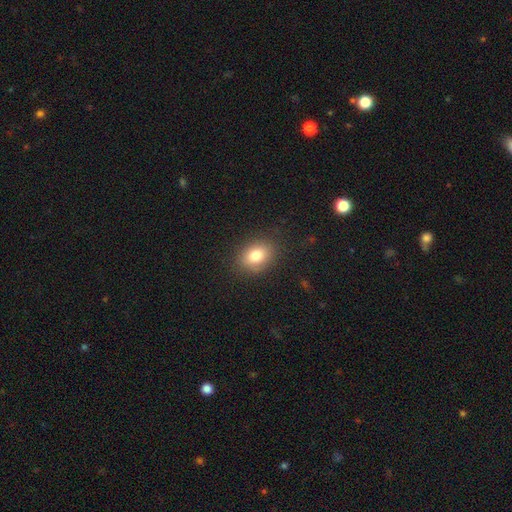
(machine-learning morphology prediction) Smooth or featured? smooth (81%)
How rounded? in between (69%)
Merging? none (86%)